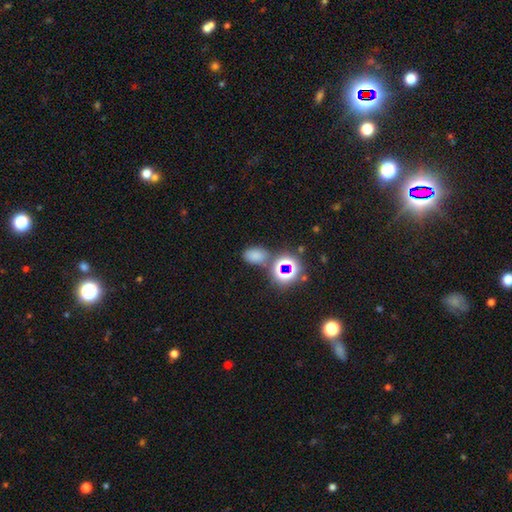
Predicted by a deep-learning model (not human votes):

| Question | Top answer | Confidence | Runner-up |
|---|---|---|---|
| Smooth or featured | smooth | 68% | star or artifact (25%) |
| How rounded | in between | 82% | round (16%) |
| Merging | none | 69% | minor disturbance (13%) |